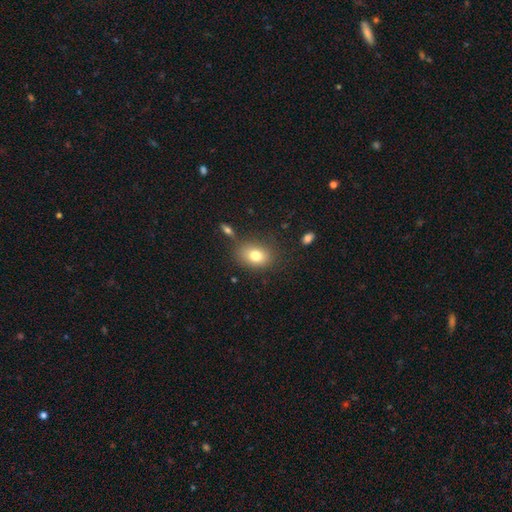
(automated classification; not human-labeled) Smooth or featured: smooth — 78% (featured or disk — 11%)
How rounded: in between — 69% (round — 30%)
Merging: none — 76% (minor disturbance — 14%)